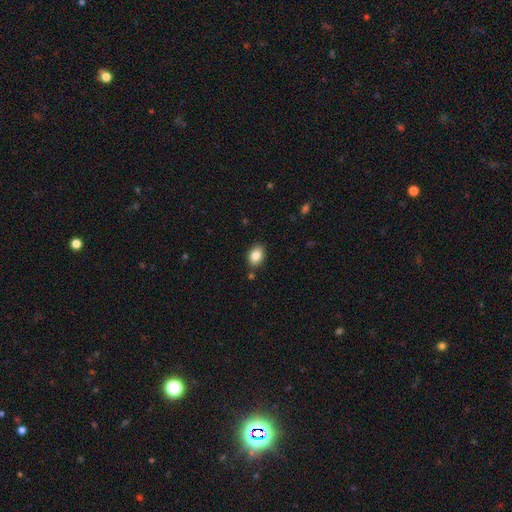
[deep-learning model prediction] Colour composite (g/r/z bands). It shows a smooth galaxy with no disk features (85%) that is in between round and cigar-shaped (79%). Merging: none (85%).